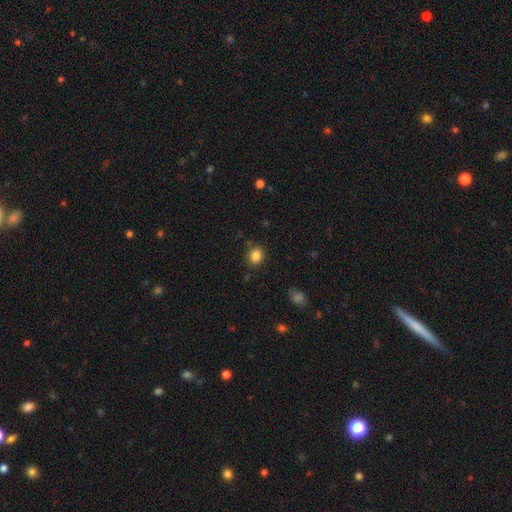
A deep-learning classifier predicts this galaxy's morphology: Overall: smooth (85%). How rounded: round (65%; in between 35%). Merging: none (84%).